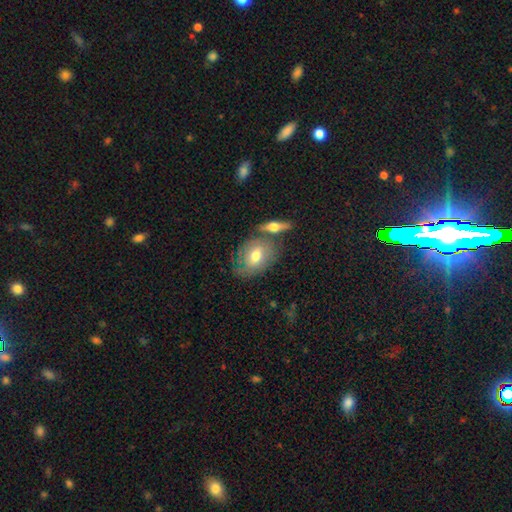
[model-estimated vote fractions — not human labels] Smooth or featured? smooth (55%)
How rounded? in between (72%)
Merging? none (55%)